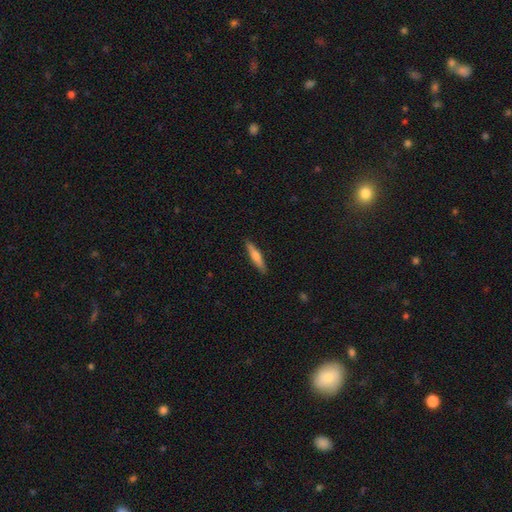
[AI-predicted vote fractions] smooth_or_featured: smooth (p=0.54) [alt: featured or disk p=0.40]
how_rounded: cigar-shaped (p=0.89) [alt: in between p=0.10]
merging: none (p=0.90) [alt: minor disturbance p=0.07]